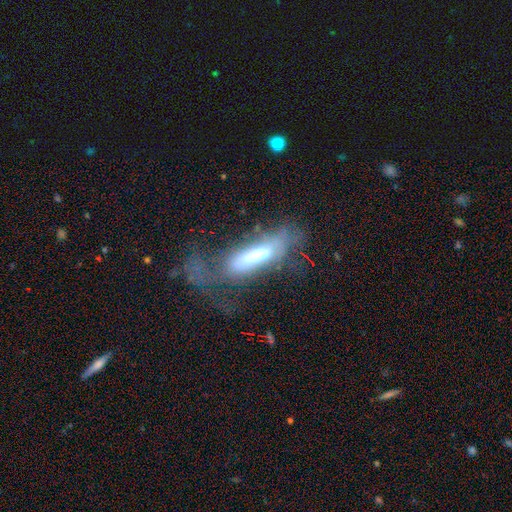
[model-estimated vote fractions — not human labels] Smooth or featured? Predicted: smooth (p=0.46). Merging? Predicted: major disturbance (p=0.50).